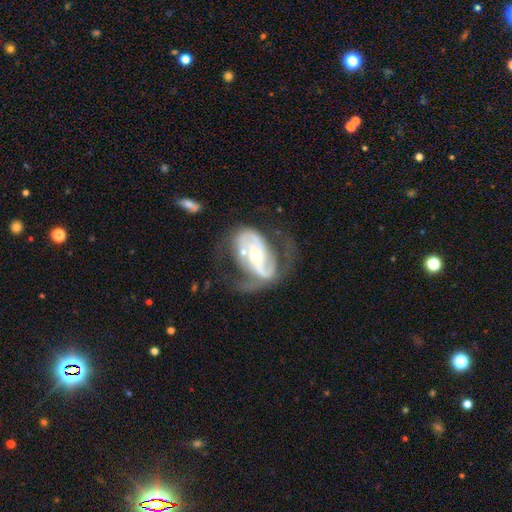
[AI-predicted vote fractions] Smooth or featured? Predicted: featured or disk (p=0.84). Edge-on disk? Predicted: no (p=0.96). Bar? Predicted: no (p=0.35, tied with strong). Spiral arms? Predicted: yes (p=0.86). Spiral winding? Predicted: medium (p=0.42). Spiral arm count? Predicted: 2 (p=0.81). Bulge size? Predicted: moderate (p=0.48). Merging? Predicted: none (p=0.43).